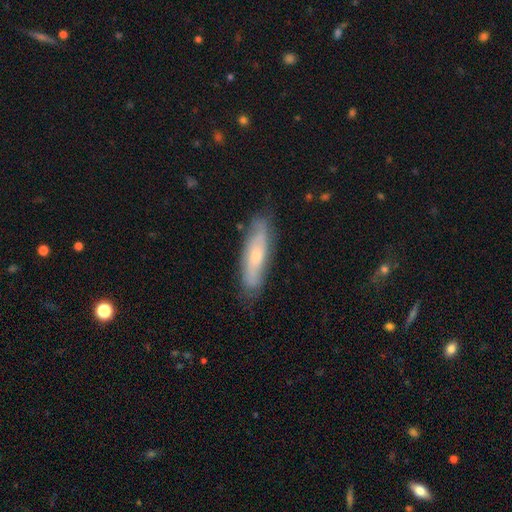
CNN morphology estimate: Smooth or featured: featured or disk — 51% (smooth — 42%)
Edge-on disk: no — 60% (yes — 40%)
Merging: none — 77% (minor disturbance — 17%)